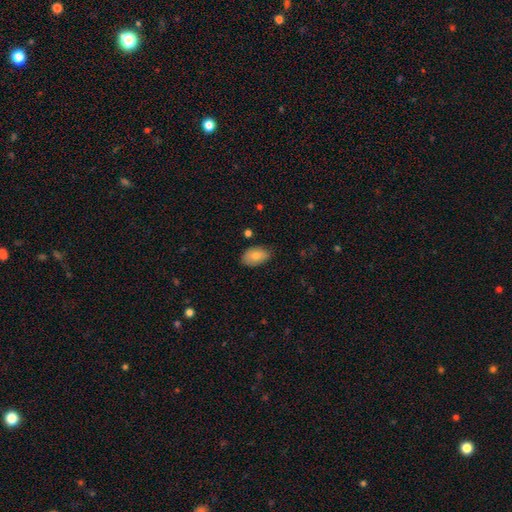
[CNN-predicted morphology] This is likely a smooth galaxy (79%). How rounded: clearly in between (91%). Merging: likely none (74%).